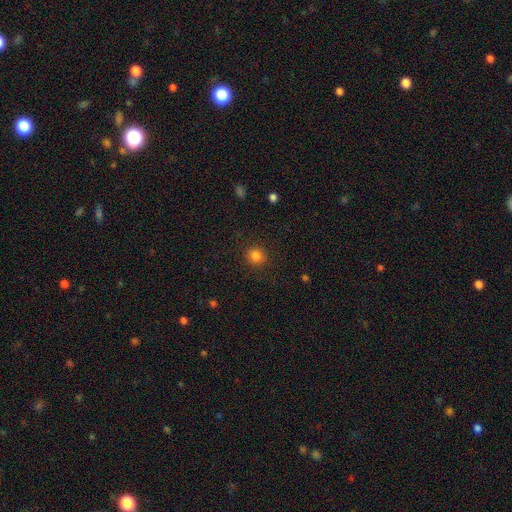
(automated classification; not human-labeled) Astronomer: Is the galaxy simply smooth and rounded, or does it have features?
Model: smooth — 83%.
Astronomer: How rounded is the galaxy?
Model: round — 90%.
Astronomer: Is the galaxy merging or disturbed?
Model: none — 90%.